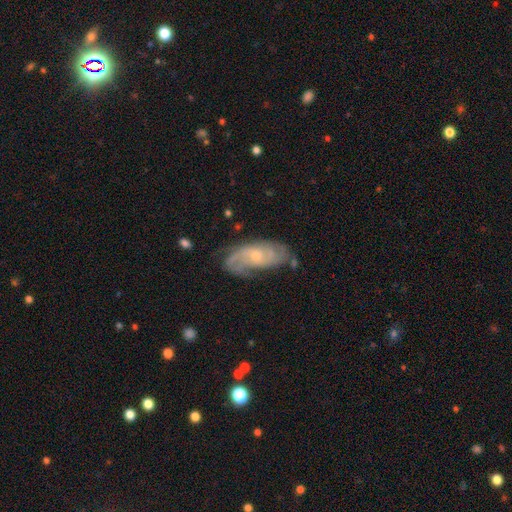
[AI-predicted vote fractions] smooth_or_featured: featured or disk (p=0.75) [alt: smooth p=0.18]
disk_edge_on: no (p=0.93) [alt: yes p=0.07]
bar: no (p=0.63) [alt: weak p=0.32]
has_spiral_arms: yes (p=0.92) [alt: no p=0.08]
spiral_winding: medium (p=0.43) [alt: tight p=0.38]
spiral_arm_count: 2 (p=0.47) [alt: can't tell p=0.28]
bulge_size: small (p=0.58) [alt: moderate p=0.33]
merging: none (p=0.65) [alt: minor disturbance p=0.24]